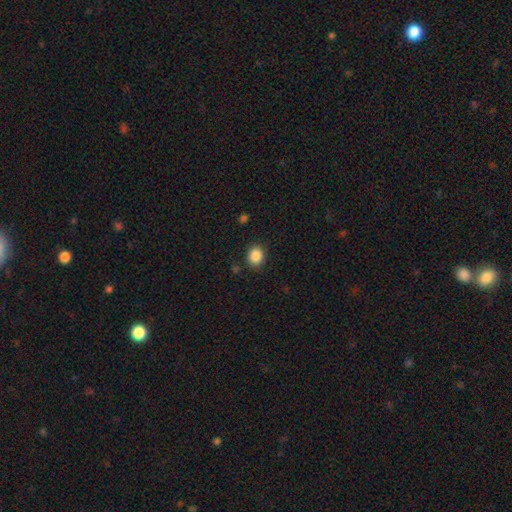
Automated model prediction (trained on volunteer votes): Morphology: type=smooth (87%); roundness=round (65%); merging=none (87%).